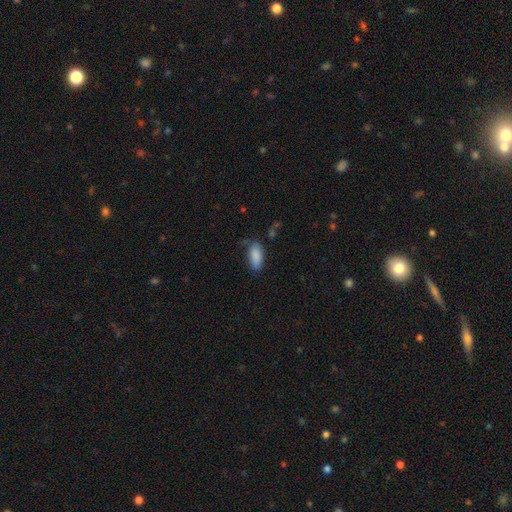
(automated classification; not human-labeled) Smooth or featured?
  - smooth: 88% *
  - star or artifact: 7%
  - featured or disk: 5%
How rounded?
  - in between: 86% *
  - cigar-shaped: 12%
  - round: 2%
Merging?
  - none: 68% *
  - minor disturbance: 23%
  - major disturbance: 6%
  - merger: 3%